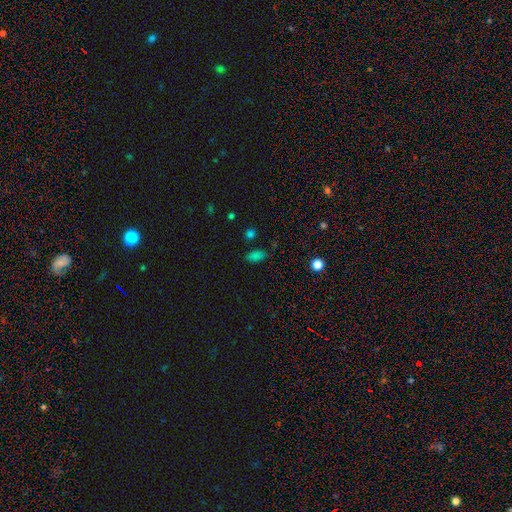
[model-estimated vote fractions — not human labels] This appears to be a smooth galaxy with no disk features (78%) that is in between round and cigar-shaped (89%). Merging: none (80%).